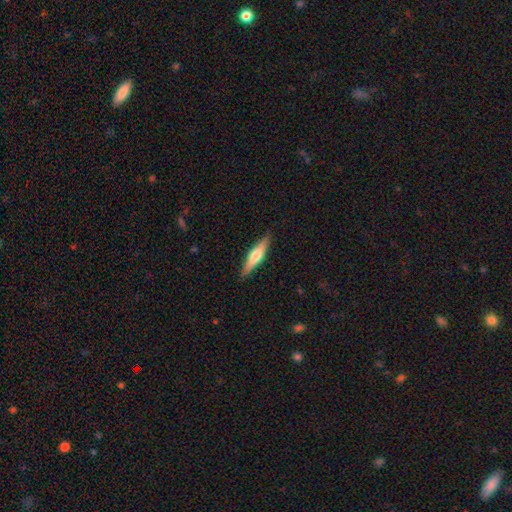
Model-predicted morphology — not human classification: Smooth or featured?
  - smooth: 49% *
  - featured or disk: 45%
  - star or artifact: 5%
Merging?
  - none: 89% *
  - minor disturbance: 8%
  - major disturbance: 2%
  - merger: 1%